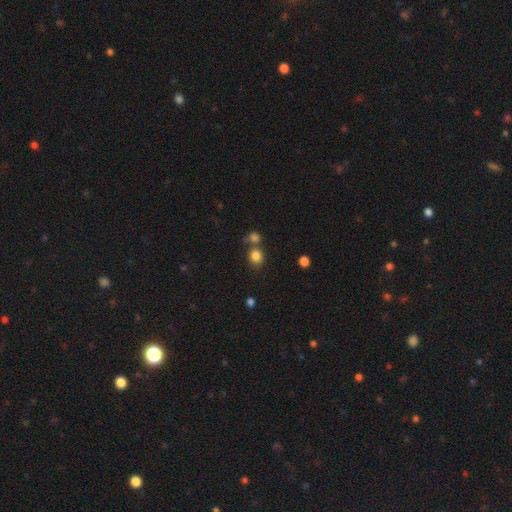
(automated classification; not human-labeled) A smooth galaxy with no disk features (83%) that is round (76%). Merging: none (62%).